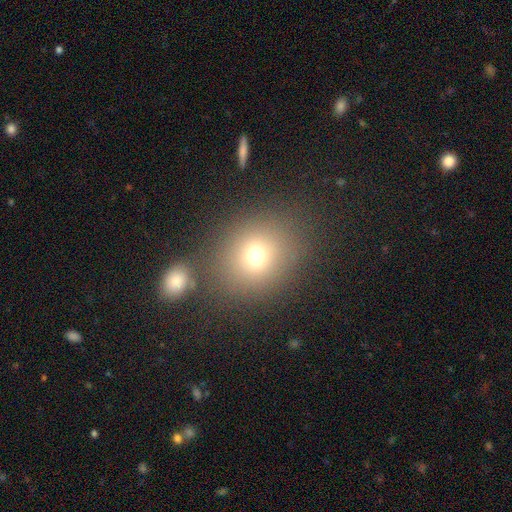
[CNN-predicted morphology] This is likely a smooth galaxy (73%). How rounded: likely round (69%). Merging: likely none (74%).